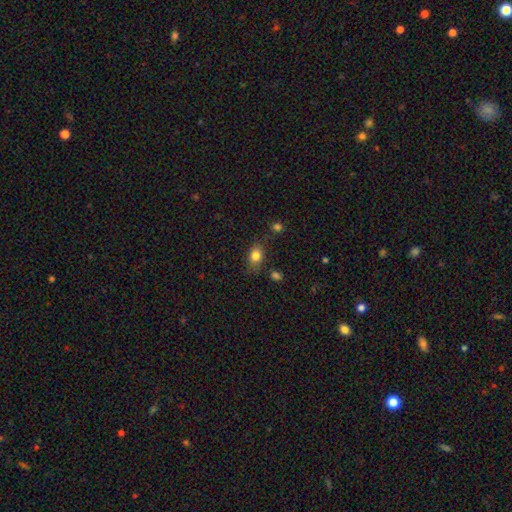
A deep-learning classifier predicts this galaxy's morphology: The model was most divided on "how rounded": in between: 71%, round: 27%, cigar-shaped: 2%. More confident: smooth or featured — smooth (82%); merging — none (72%).